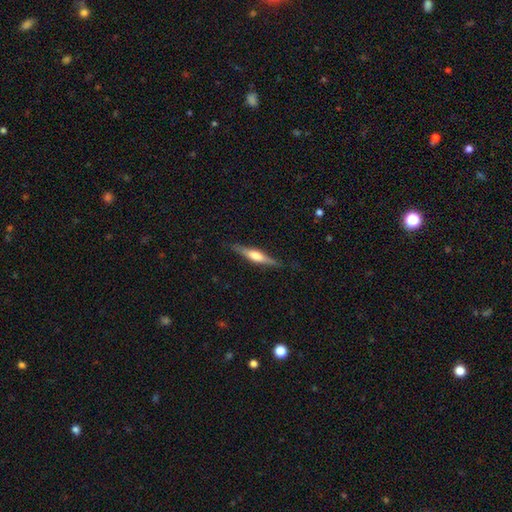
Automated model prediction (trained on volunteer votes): This appears to be a featured or disk galaxy (59%) viewed edge-on (96%) with a rounded central bulge (82%). Merging: none (85%).